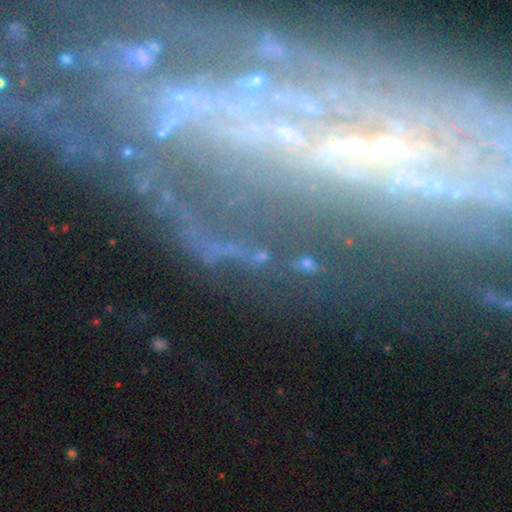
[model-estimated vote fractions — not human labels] Q: Smooth or featured?
A: star or artifact (55%); runner-up: featured or disk (24%)